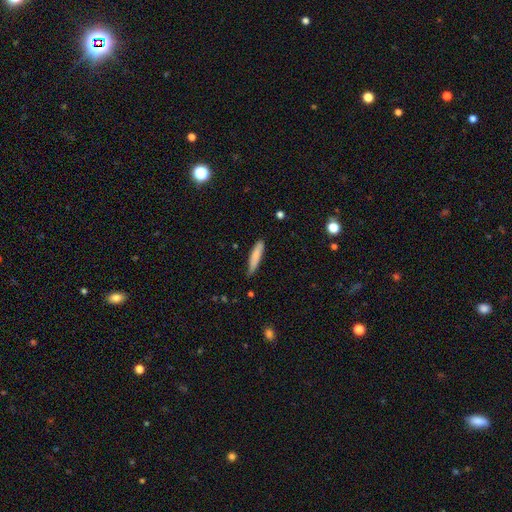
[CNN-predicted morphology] Smooth or featured? smooth (81%)
How rounded? cigar-shaped (82%)
Merging? none (69%)